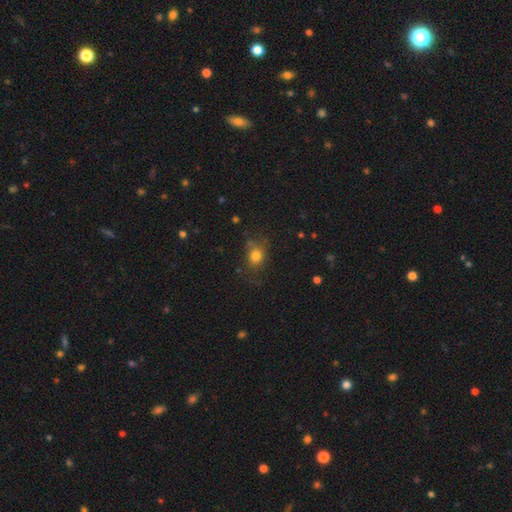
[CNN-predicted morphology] Q: Smooth or featured?
A: smooth (79%); runner-up: star or artifact (13%)
Q: How rounded?
A: round (63%); runner-up: in between (36%)
Q: Merging?
A: none (70%); runner-up: minor disturbance (20%)